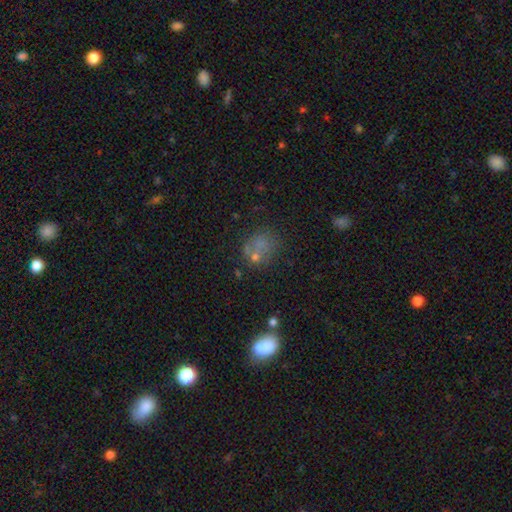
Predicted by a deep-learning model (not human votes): smooth-or-featured: smooth: 56% | star or artifact: 24% | featured or disk: 20%
  how-rounded: round: 62% | in between: 37% | cigar-shaped: 1%
  merging: none: 50% | merger: 20% | minor disturbance: 17% | major disturbance: 12%